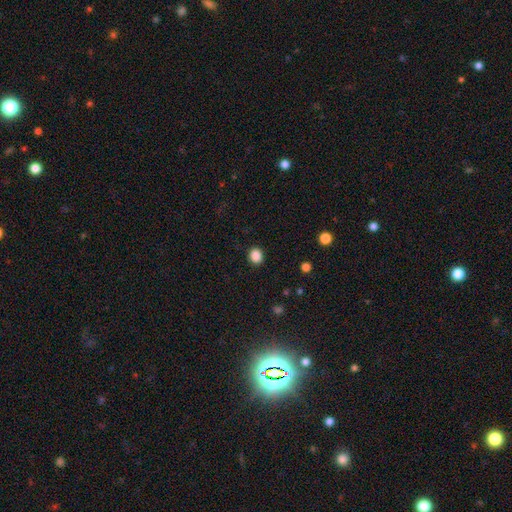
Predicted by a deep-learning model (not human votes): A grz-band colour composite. It shows a smooth galaxy with no disk features (88%) that is round (69%). Merging: none (90%).